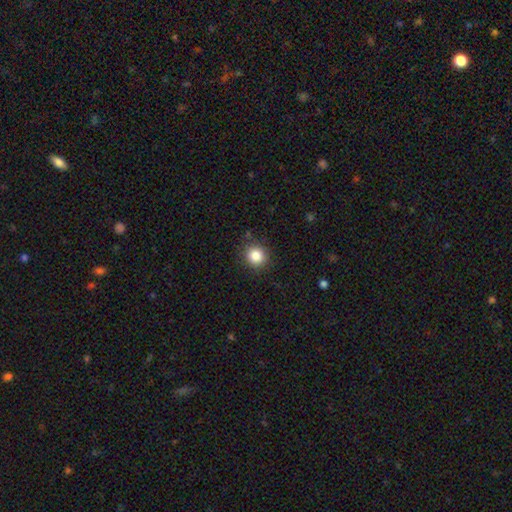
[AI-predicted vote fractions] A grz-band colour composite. It shows a smooth galaxy with no disk features (85%) that is round (86%). Merging: none (87%).